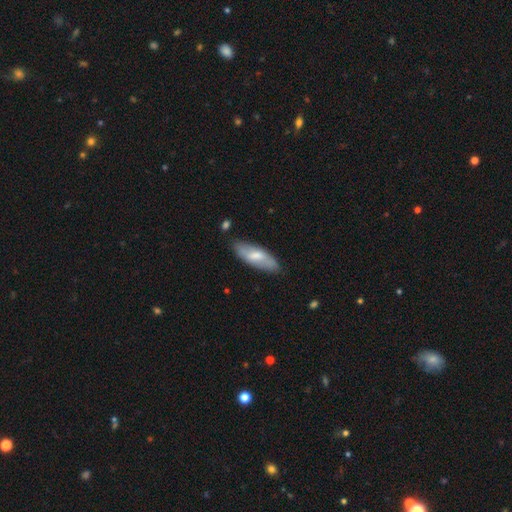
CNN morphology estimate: smooth-or-featured: smooth: 62% | featured or disk: 32% | star or artifact: 5%
  how-rounded: in between: 72% | cigar-shaped: 26% | round: 2%
  merging: none: 78% | minor disturbance: 16% | major disturbance: 3% | merger: 2%